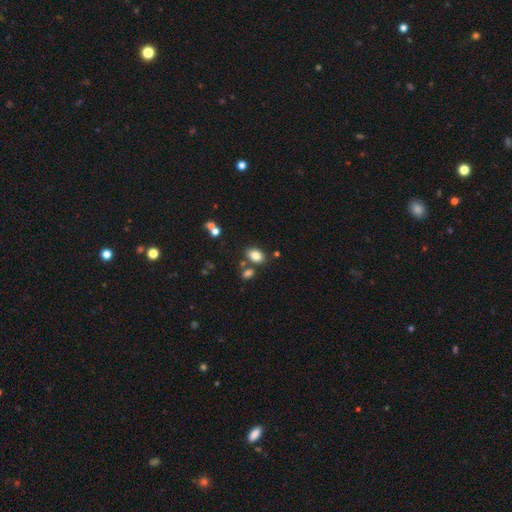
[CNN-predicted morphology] The model was most divided on "merging": none: 70%, merger: 14%, minor disturbance: 12%, major disturbance: 4%. More confident: smooth or featured — smooth (82%); how rounded — in between (81%).